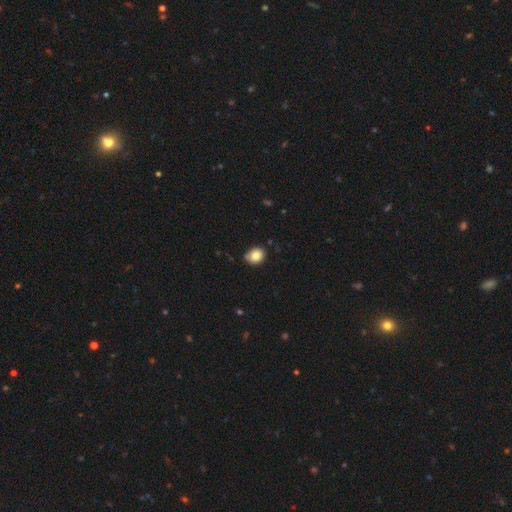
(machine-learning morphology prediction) This is clearly a smooth galaxy (83%). How rounded: possibly in between (51%). Merging: likely none (73%).